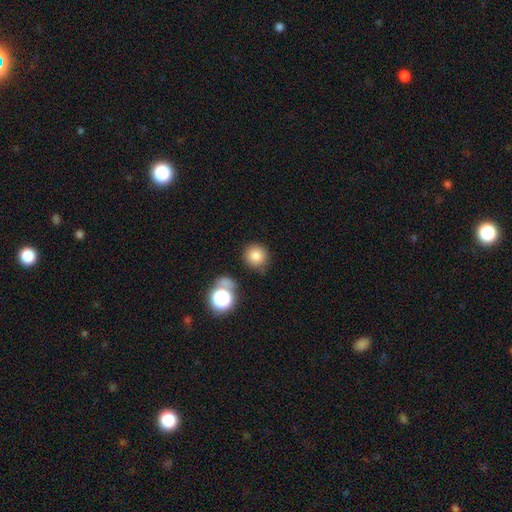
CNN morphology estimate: Q: Smooth or featured?
A: smooth (81%); runner-up: star or artifact (13%)
Q: How rounded?
A: round (91%); runner-up: in between (8%)
Q: Merging?
A: none (80%); runner-up: minor disturbance (10%)